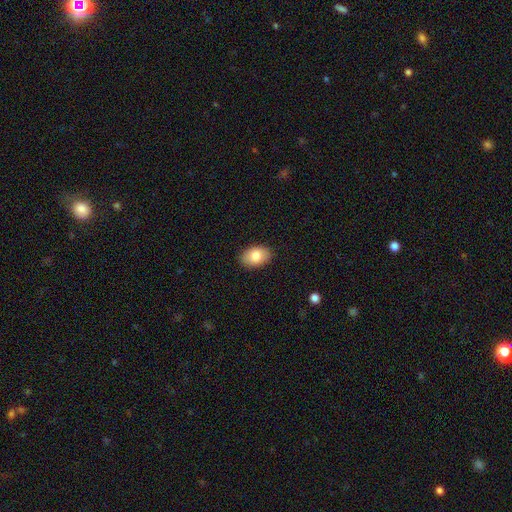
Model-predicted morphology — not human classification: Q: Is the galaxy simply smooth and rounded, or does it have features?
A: smooth — 82%.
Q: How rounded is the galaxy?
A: in between — 88%.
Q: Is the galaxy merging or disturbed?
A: none — 88%.